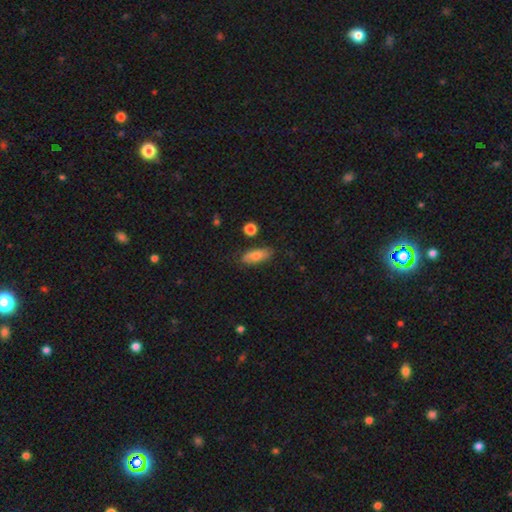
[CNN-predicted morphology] type=smooth (75%); roundness=in between (76%); merging=none (78%).